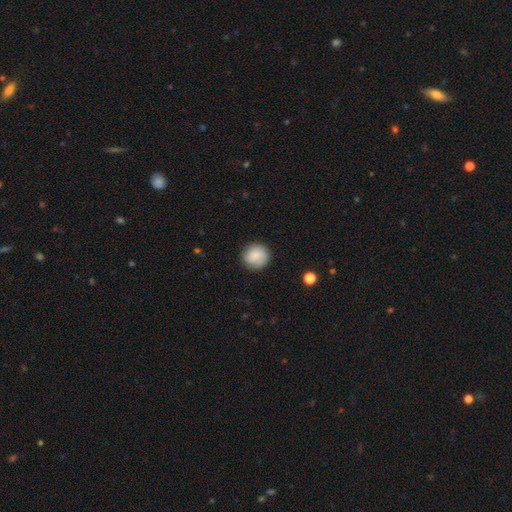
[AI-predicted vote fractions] smooth 86%, star or artifact 7%, featured or disk 7%. Down the decision tree: how rounded — round (92%); merging — none (86%).